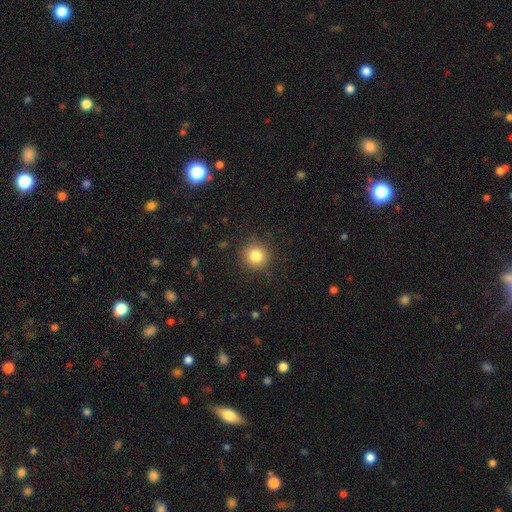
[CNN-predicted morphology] A smooth galaxy with no disk features (82%) that is round (94%).

Vote fractions:
- Smooth or featured? smooth: 82% / star or artifact: 11% / featured or disk: 6%
- How rounded? round: 94% / in between: 5% / cigar-shaped: 1%
- Merging? none: 88% / minor disturbance: 8% / major disturbance: 3% / merger: 1%